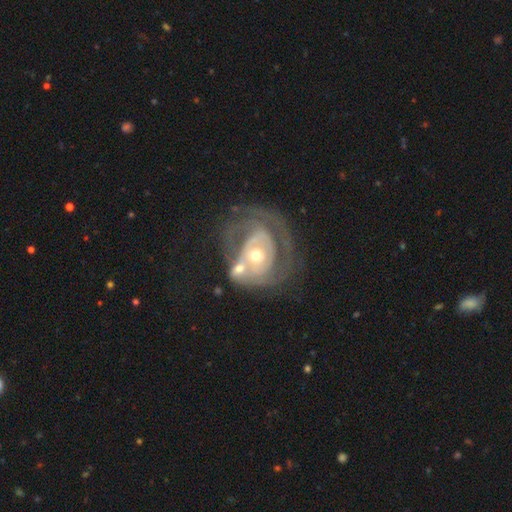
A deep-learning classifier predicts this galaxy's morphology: The model was most divided on "merging": none: 33%, merger: 27%, major disturbance: 24%, minor disturbance: 17%. Remaining: edge-on disk — no (97%); smooth or featured — featured or disk (80%); bar — no (73%); spiral arms — yes (72%); spiral winding — tight (62%); bulge size — moderate (59%); spiral arm count — can't tell (40%).